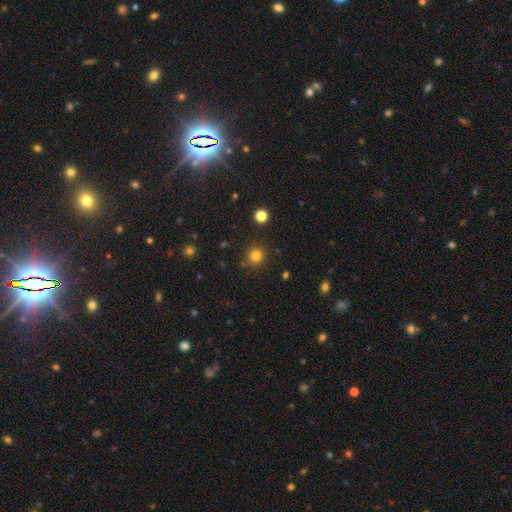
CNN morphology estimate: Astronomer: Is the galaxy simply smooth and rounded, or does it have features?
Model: smooth — 81%.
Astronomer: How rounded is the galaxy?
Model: round — 91%.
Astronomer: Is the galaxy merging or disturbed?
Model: none — 86%.